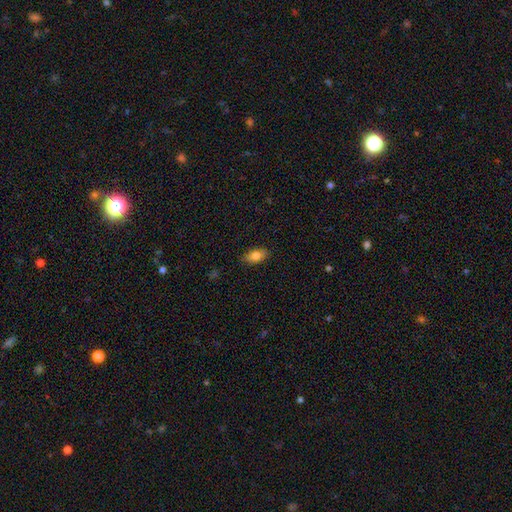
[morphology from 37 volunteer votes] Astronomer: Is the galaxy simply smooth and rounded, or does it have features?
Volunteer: smooth — 78%.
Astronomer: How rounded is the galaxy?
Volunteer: in between — 97%.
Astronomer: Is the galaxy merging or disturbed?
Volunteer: none — 94%.